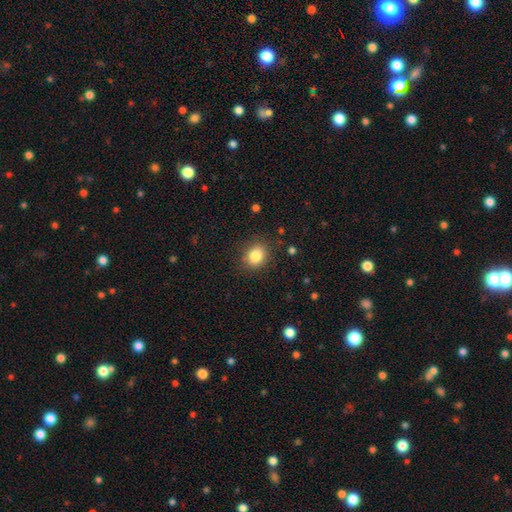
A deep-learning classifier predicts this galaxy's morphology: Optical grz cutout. It shows a smooth galaxy with no disk features (84%) that is round (60%). Merging: none (86%).